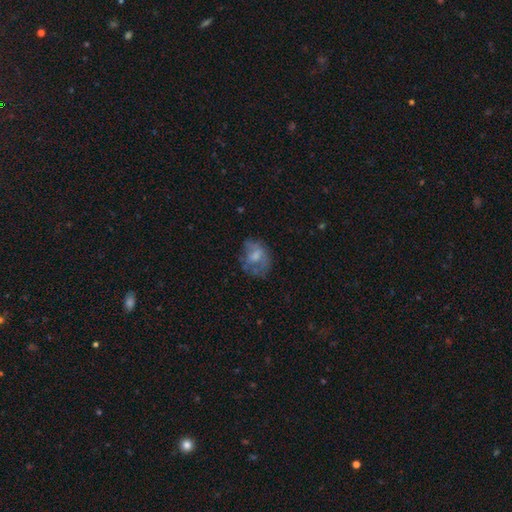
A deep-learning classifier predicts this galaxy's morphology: type=smooth (49%); merging=none (47%).